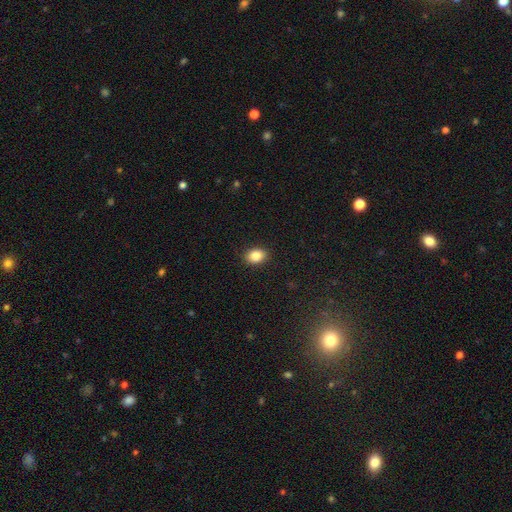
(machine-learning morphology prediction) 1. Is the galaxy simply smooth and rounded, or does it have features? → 86% smooth, 9% star or artifact, 5% featured or disk.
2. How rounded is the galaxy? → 64% in between, 34% round, 1% cigar-shaped.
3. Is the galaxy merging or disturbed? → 90% none, 7% minor disturbance, 2% major disturbance, 1% merger.